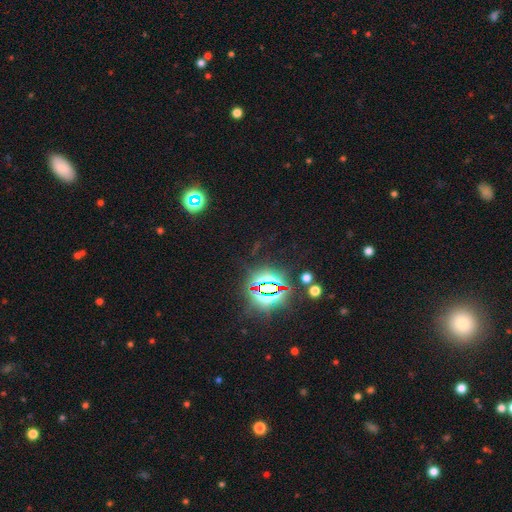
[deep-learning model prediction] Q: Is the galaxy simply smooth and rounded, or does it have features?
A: star or artifact — 83%.